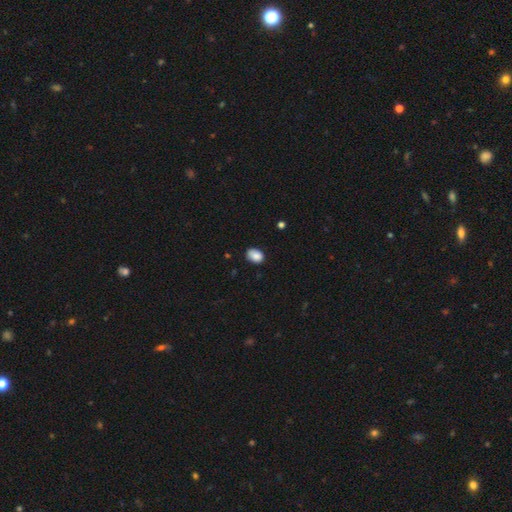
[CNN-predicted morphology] Smooth or featured: smooth — 86% (star or artifact — 8%)
How rounded: in between — 72% (round — 27%)
Merging: none — 77% (minor disturbance — 18%)